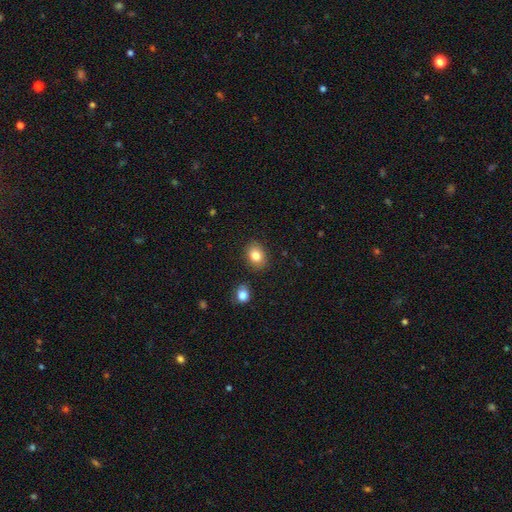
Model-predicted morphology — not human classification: A smooth galaxy with no disk features (83%) that is in between round and cigar-shaped (56%).

Vote fractions:
- Smooth or featured? smooth: 83% / star or artifact: 9% / featured or disk: 8%
- How rounded? in between: 56% / round: 43% / cigar-shaped: 1%
- Merging? none: 86% / minor disturbance: 9% / merger: 3% / major disturbance: 2%